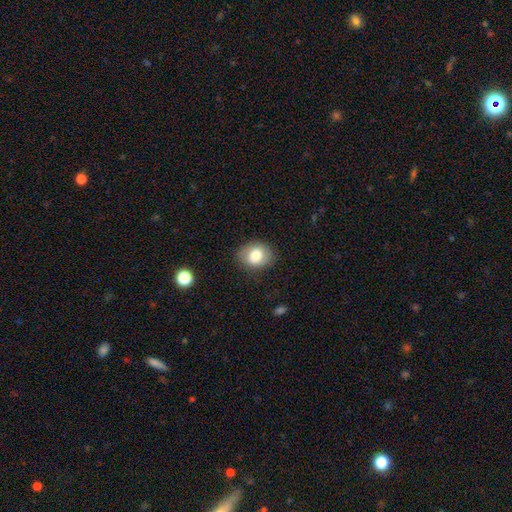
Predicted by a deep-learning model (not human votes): Q: Smooth or featured?
A: smooth (76%); runner-up: featured or disk (16%)
Q: How rounded?
A: in between (52%); runner-up: round (47%)
Q: Merging?
A: none (81%); runner-up: minor disturbance (14%)